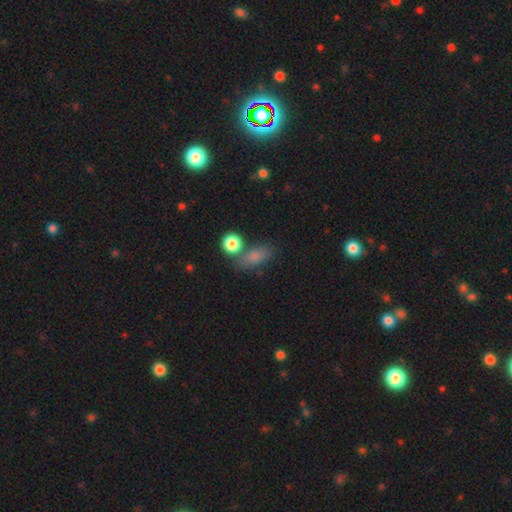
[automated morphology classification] A smooth galaxy with no disk features (77%) that is in between round and cigar-shaped (72%).

Vote fractions:
- Smooth or featured? smooth: 77% / star or artifact: 12% / featured or disk: 10%
- How rounded? in between: 72% / round: 16% / cigar-shaped: 12%
- Merging? none: 63% / minor disturbance: 16% / merger: 15% / major disturbance: 6%